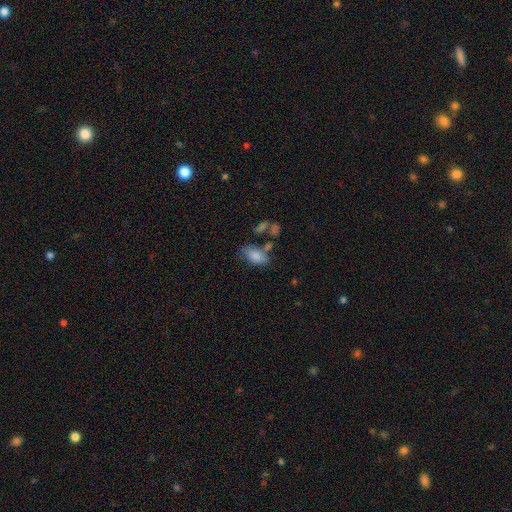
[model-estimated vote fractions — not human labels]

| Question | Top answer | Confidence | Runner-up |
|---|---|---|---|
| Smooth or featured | smooth | 83% | featured or disk (10%) |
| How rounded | in between | 92% | round (5%) |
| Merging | none | 58% | minor disturbance (19%) |